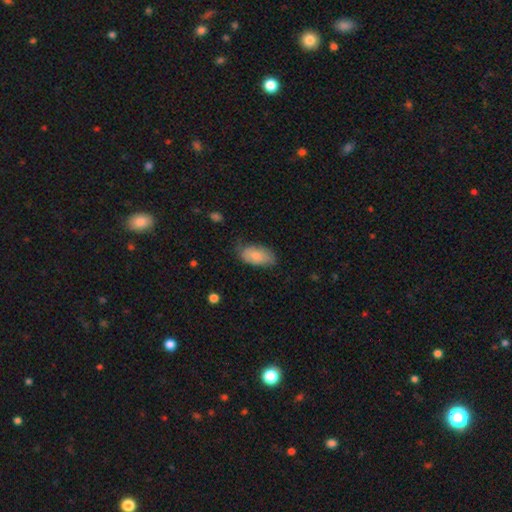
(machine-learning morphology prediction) Smooth or featured: smooth — 78% (featured or disk — 15%)
How rounded: in between — 94% (round — 3%)
Merging: none — 63% (minor disturbance — 29%)